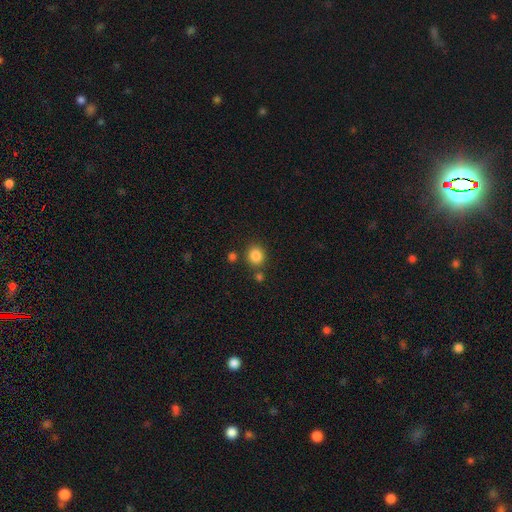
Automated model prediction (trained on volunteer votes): A smooth galaxy with no disk features (85%) that is round (83%).

Vote fractions:
- Smooth or featured? smooth: 85% / star or artifact: 11% / featured or disk: 4%
- How rounded? round: 83% / in between: 16% / cigar-shaped: 1%
- Merging? none: 80% / minor disturbance: 9% / merger: 8% / major disturbance: 3%